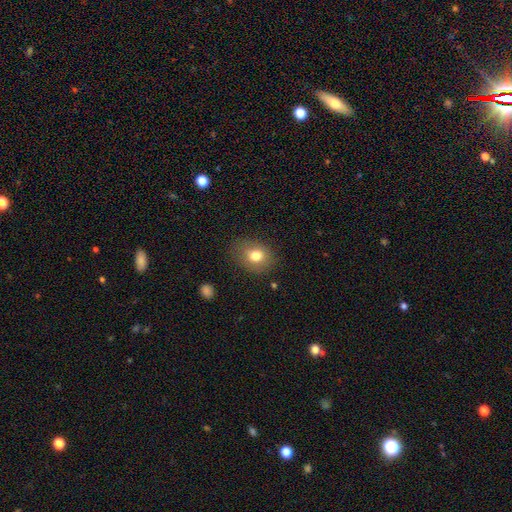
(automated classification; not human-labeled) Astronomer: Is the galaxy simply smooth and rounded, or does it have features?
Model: smooth — 77%.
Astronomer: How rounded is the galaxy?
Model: round — 53% (runner-up: in between, 46%).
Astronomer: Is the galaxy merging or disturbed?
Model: none — 75%.